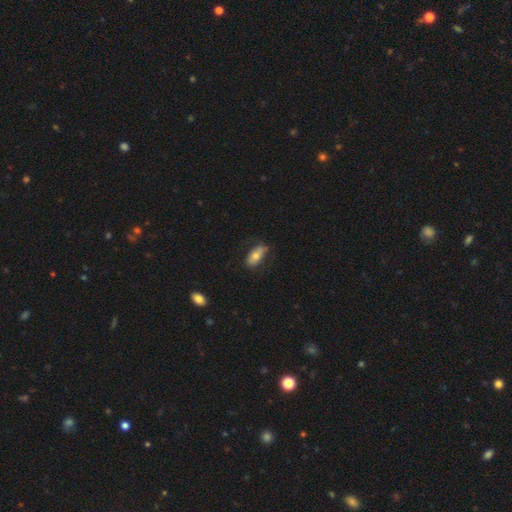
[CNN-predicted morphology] smooth 69%, featured or disk 24%, star or artifact 7%. Down the decision tree: how rounded — in between (85%); merging — none (71%).